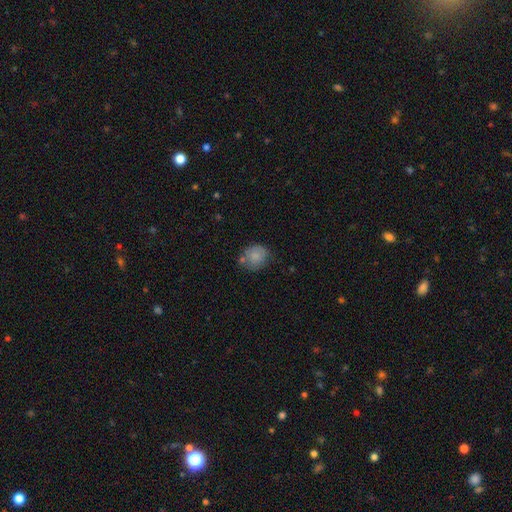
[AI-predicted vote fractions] This is likely a smooth galaxy (79%). How rounded: likely round (71%). Merging: possibly none (57%).